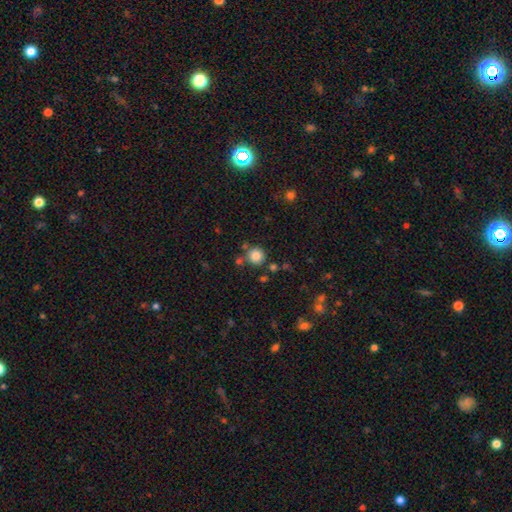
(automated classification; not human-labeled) The model was most divided on "merging": none: 78%, merger: 10%, minor disturbance: 9%, major disturbance: 3%. More confident: how rounded — round (94%); smooth or featured — smooth (83%).